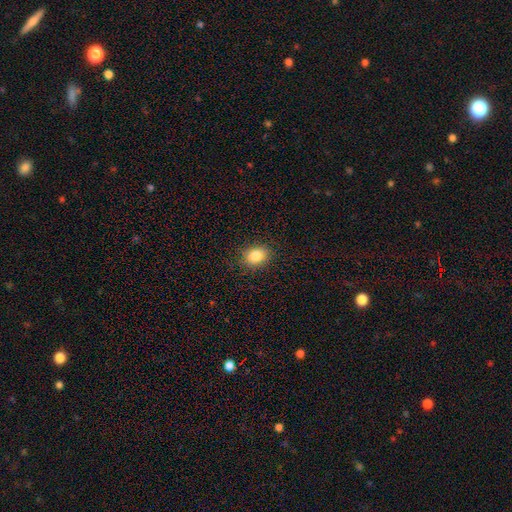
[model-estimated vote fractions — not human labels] smooth-or-featured: smooth: 85% | star or artifact: 9% | featured or disk: 5%
  how-rounded: in between: 62% | round: 37% | cigar-shaped: 1%
  merging: none: 87% | minor disturbance: 9% | major disturbance: 3% | merger: 1%